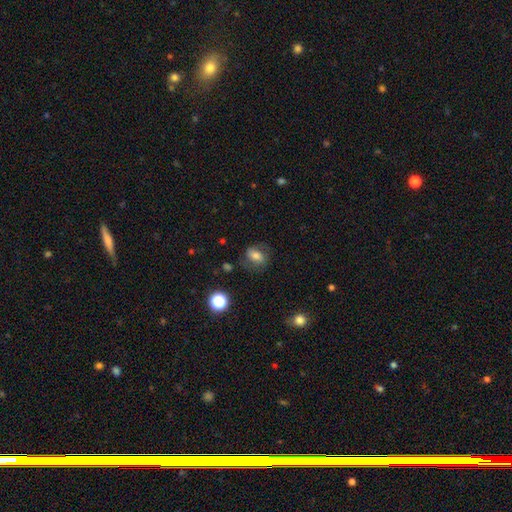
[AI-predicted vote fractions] This appears to be a smooth galaxy with no disk features (58%) that is in between round and cigar-shaped (62%). Merging: none (69%).